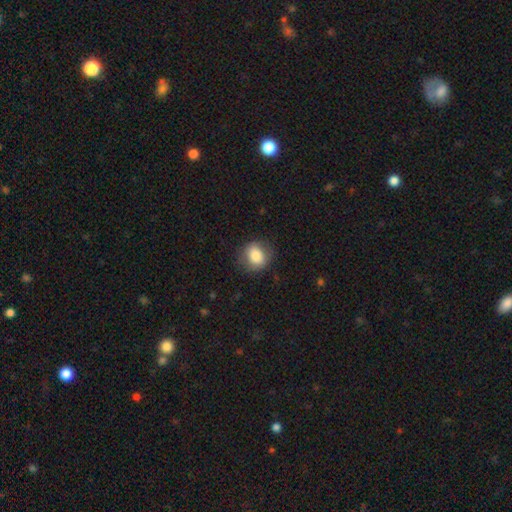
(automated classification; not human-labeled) A smooth galaxy with no disk features (83%) that is round (69%). Merging: none (76%).